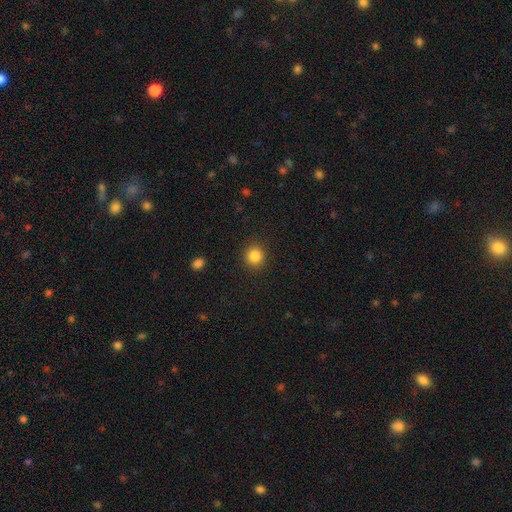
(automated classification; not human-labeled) Overall: smooth (85%). How rounded: round (91%). Merging: none (91%).